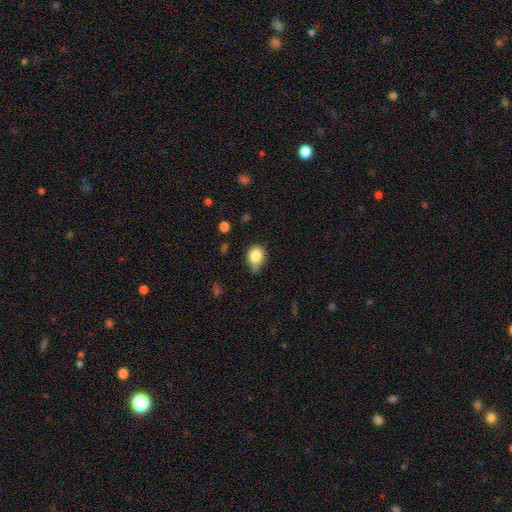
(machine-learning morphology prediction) This appears to be a smooth galaxy with no disk features (82%) that is round (60%). Merging: none (51%).